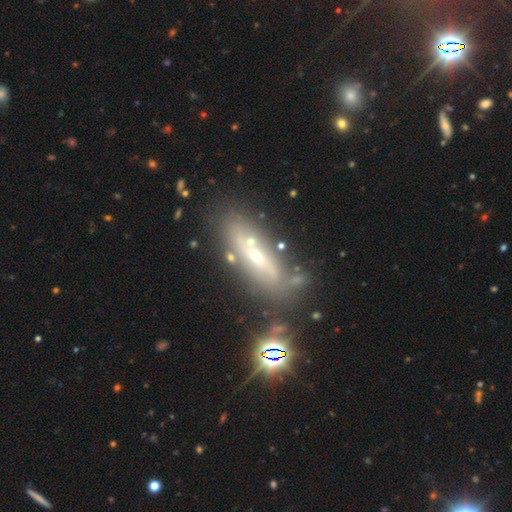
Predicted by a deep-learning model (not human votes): Smooth or featured?
  - featured or disk: 55% *
  - smooth: 30%
  - star or artifact: 15%
Edge-on disk?
  - no: 56% *
  - yes: 44%
Merging?
  - none: 62% *
  - minor disturbance: 19%
  - merger: 11%
  - major disturbance: 9%